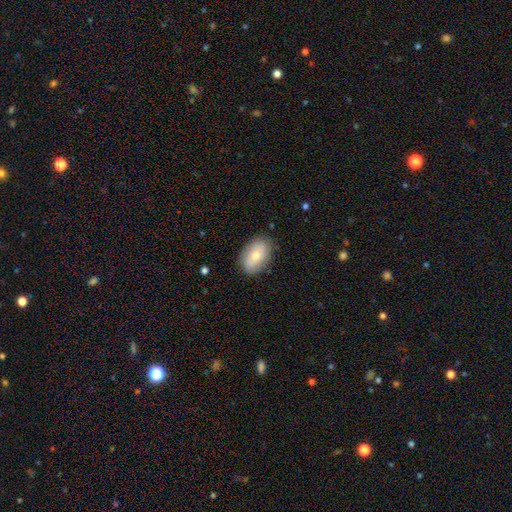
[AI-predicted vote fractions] Smooth or featured: smooth — 72% (featured or disk — 21%)
How rounded: in between — 88% (round — 11%)
Merging: none — 83% (minor disturbance — 13%)